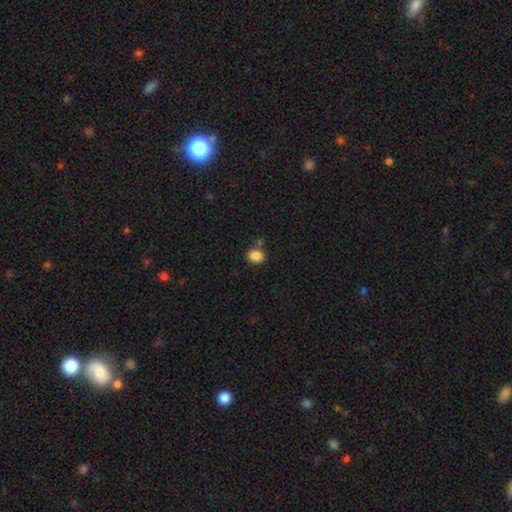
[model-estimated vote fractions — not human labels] Q: Smooth or featured?
A: smooth (86%); runner-up: star or artifact (9%)
Q: How rounded?
A: round (50%); runner-up: in between (49%)
Q: Merging?
A: none (78%); runner-up: minor disturbance (11%)